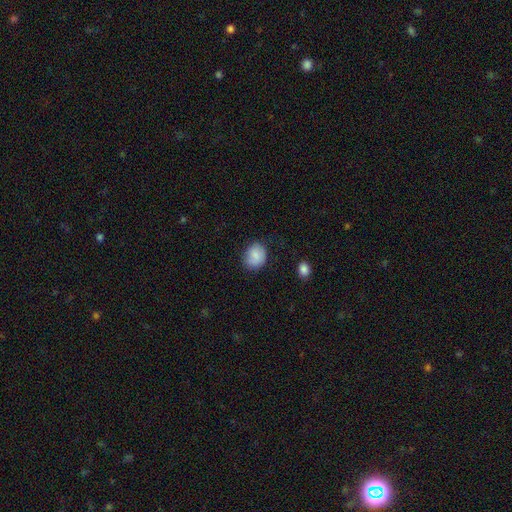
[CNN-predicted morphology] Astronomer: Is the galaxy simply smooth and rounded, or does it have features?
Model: smooth — 85%.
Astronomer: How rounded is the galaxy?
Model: round — 56% (runner-up: in between, 43%).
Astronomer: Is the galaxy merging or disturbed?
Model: none — 76%.